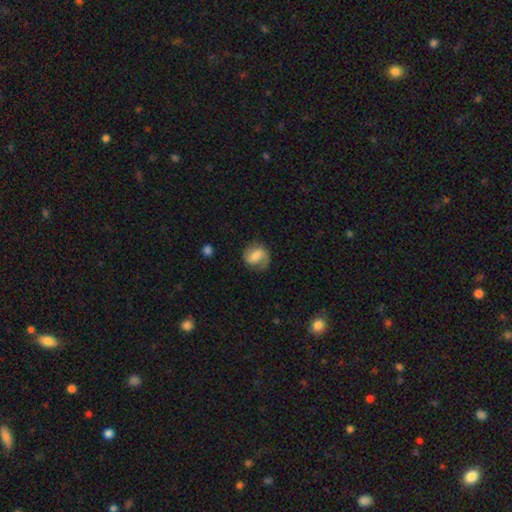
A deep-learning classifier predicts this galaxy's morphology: type=featured or disk (57%); edge-on=no (97%); bar=weak (49%); spiral arms=yes (90%); bulge=moderate (43%); merging=none (72%).